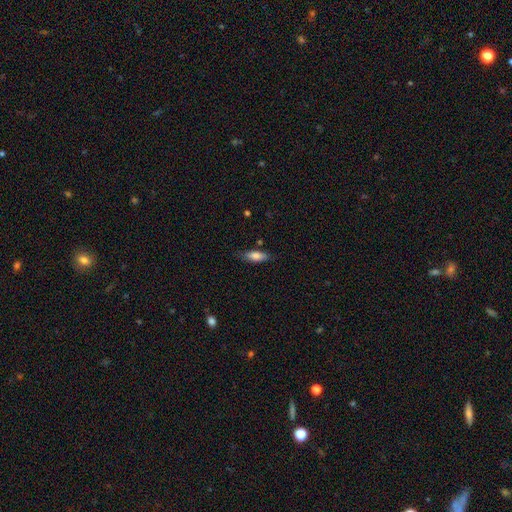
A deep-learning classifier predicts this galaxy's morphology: smooth_or_featured: smooth (p=0.79) [alt: featured or disk p=0.15]
how_rounded: in between (p=0.67) [alt: cigar-shaped p=0.31]
merging: none (p=0.79) [alt: minor disturbance p=0.16]